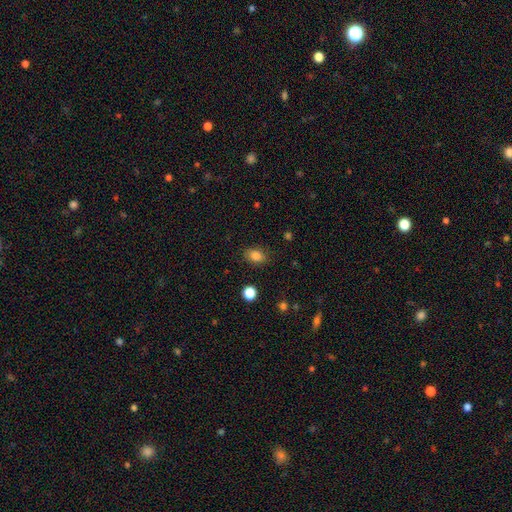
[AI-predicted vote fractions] Q: Smooth or featured?
A: smooth (84%); runner-up: star or artifact (10%)
Q: How rounded?
A: in between (78%); runner-up: round (20%)
Q: Merging?
A: none (84%); runner-up: minor disturbance (11%)